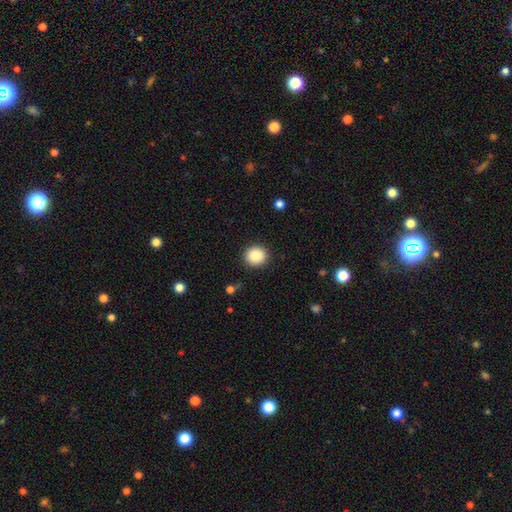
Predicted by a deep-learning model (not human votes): This is clearly a smooth galaxy (87%). How rounded: clearly round (86%). Merging: clearly none (90%).